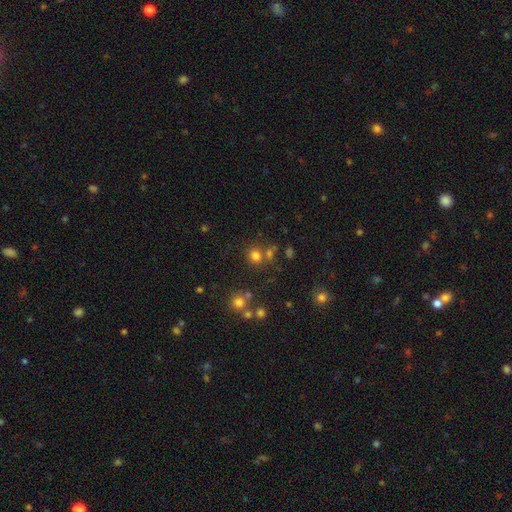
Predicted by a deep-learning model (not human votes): Smooth or featured? smooth (74%)
How rounded? round (86%)
Merging? none (71%)